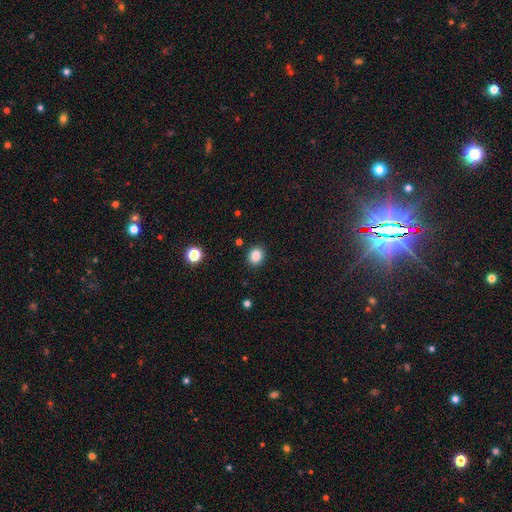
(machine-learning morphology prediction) Smooth or featured?
  - smooth: 86% *
  - star or artifact: 11%
  - featured or disk: 3%
How rounded?
  - round: 66% *
  - in between: 33%
  - cigar-shaped: 1%
Merging?
  - none: 89% *
  - minor disturbance: 8%
  - major disturbance: 2%
  - merger: 2%